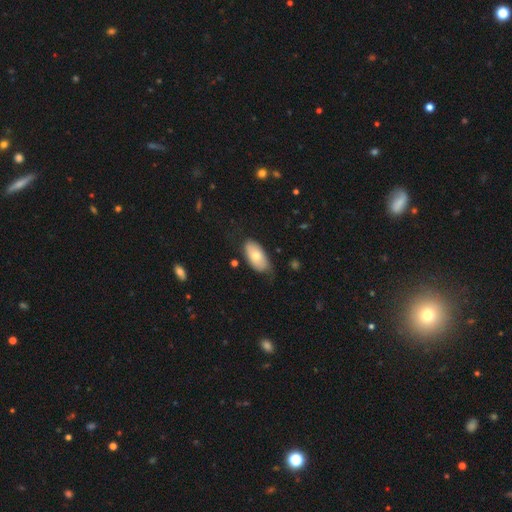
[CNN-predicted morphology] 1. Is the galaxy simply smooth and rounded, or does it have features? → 69% smooth, 25% featured or disk, 6% star or artifact.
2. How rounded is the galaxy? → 94% in between, 3% cigar-shaped, 3% round.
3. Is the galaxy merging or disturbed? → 70% none, 23% minor disturbance, 6% major disturbance, 2% merger.